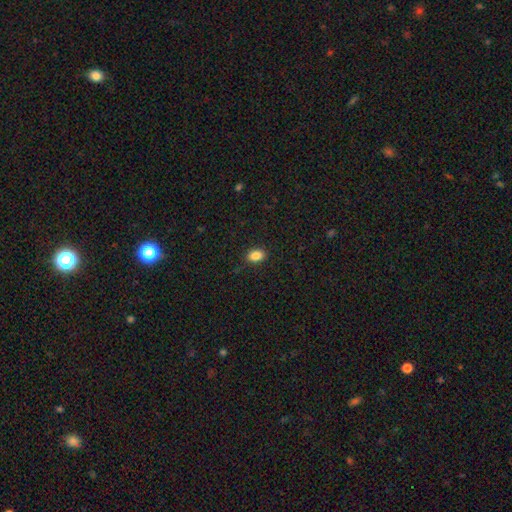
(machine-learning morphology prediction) Smooth or featured? smooth (87%)
How rounded? in between (86%)
Merging? none (87%)